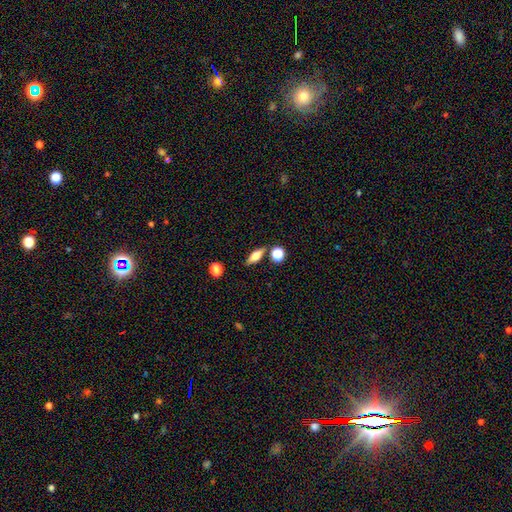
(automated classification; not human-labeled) Smooth or featured?
  - smooth: 51% *
  - featured or disk: 39%
  - star or artifact: 9%
How rounded?
  - in between: 56% *
  - cigar-shaped: 36%
  - round: 8%
Merging?
  - none: 79% *
  - minor disturbance: 10%
  - merger: 8%
  - major disturbance: 3%